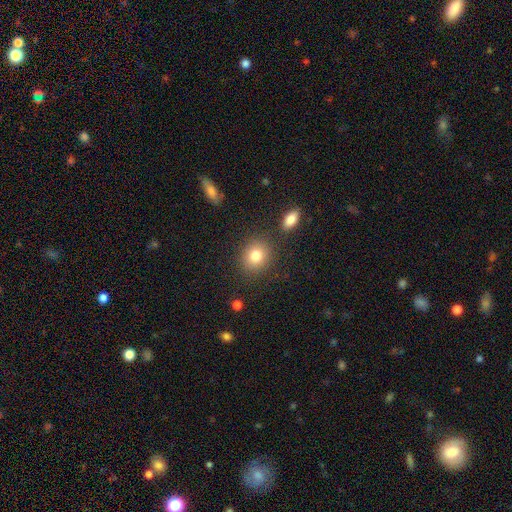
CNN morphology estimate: The model was most divided on "how rounded": round: 71%, in between: 28%, cigar-shaped: 1%. More confident: merging — none (82%); smooth or featured — smooth (82%).